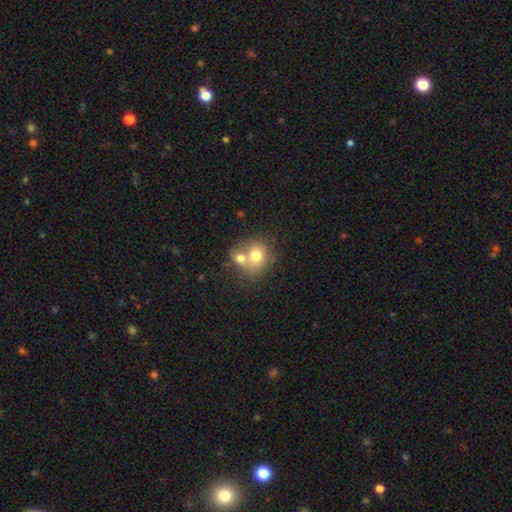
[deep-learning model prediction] A smooth galaxy with no disk features (71%) that is round (71%).

Vote fractions:
- Smooth or featured? smooth: 71% / featured or disk: 19% / star or artifact: 10%
- How rounded? round: 71% / in between: 28% / cigar-shaped: 1%
- Merging? merger: 61% / none: 28% / minor disturbance: 8% / major disturbance: 3%